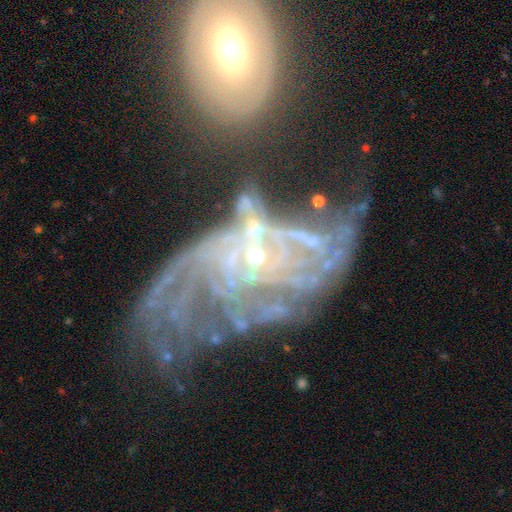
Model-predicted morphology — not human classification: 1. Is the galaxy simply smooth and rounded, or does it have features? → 82% featured or disk, 9% star or artifact, 8% smooth.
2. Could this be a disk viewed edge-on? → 96% no, 4% yes.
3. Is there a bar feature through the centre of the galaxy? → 72% no, 21% weak, 7% strong.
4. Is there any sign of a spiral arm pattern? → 82% yes, 18% no.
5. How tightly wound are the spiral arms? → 42% tight, 32% medium, 26% loose.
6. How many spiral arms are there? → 43% can't tell, 15% 2, 14% 3, 11% 4, 9% more than 4, 8% 1.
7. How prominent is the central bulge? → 70% small, 18% moderate, 8% none, 2% large, 1% dominant.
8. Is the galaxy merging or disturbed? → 37% major disturbance, 33% merger, 17% none, 13% minor disturbance.